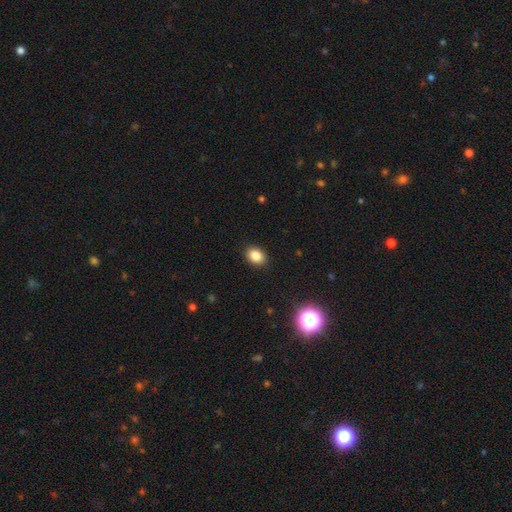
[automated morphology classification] A smooth galaxy with no disk features (86%) that is in between round and cigar-shaped (67%).

Vote fractions:
- Smooth or featured? smooth: 86% / star or artifact: 10% / featured or disk: 4%
- How rounded? in between: 67% / round: 32% / cigar-shaped: 1%
- Merging? none: 90% / minor disturbance: 7% / major disturbance: 2% / merger: 1%